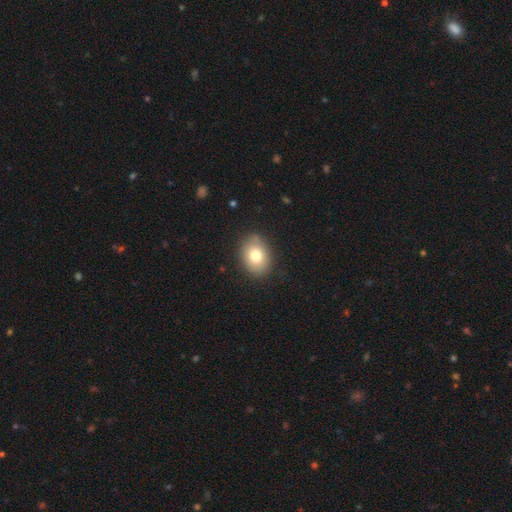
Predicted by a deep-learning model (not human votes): Smooth or featured? smooth (77%)
How rounded? in between (66%)
Merging? none (85%)